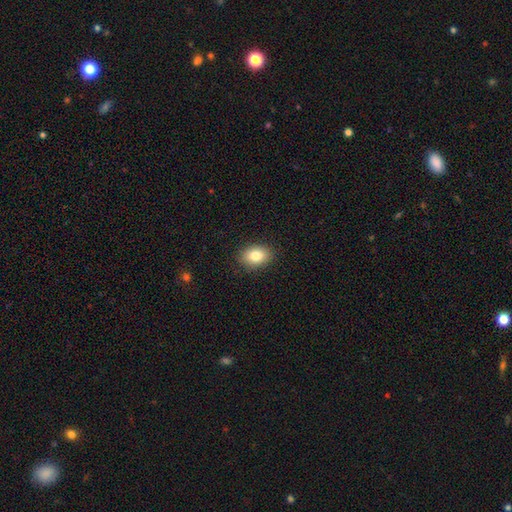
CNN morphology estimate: type=smooth (82%); roundness=in between (77%); merging=none (88%).